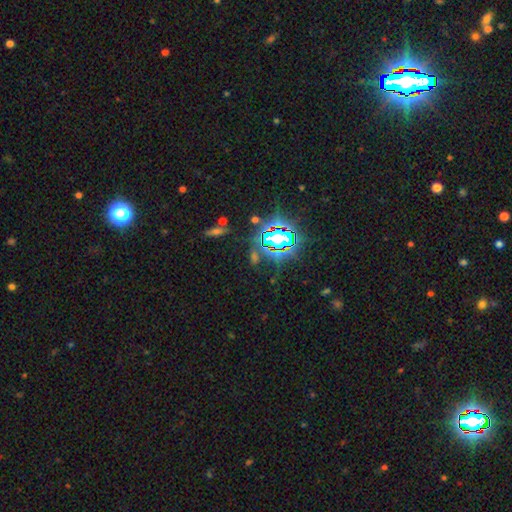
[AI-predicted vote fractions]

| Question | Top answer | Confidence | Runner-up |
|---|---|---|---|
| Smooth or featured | star or artifact | 73% | smooth (16%) |